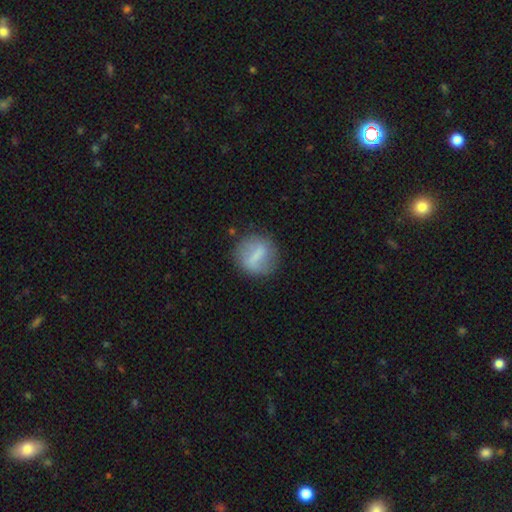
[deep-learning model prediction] Smooth or featured: smooth — 54% (featured or disk — 38%)
How rounded: round — 74% (in between — 21%)
Merging: none — 77% (minor disturbance — 14%)